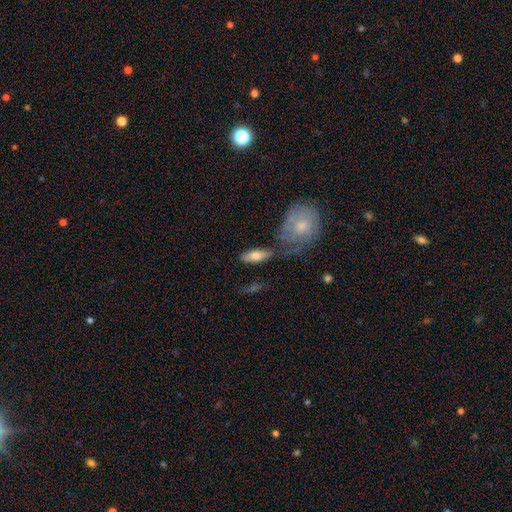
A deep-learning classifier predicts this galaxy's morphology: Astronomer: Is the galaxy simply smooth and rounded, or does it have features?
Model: smooth — 70%.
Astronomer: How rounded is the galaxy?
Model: in between — 69%.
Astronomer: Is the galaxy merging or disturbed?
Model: none — 64%.